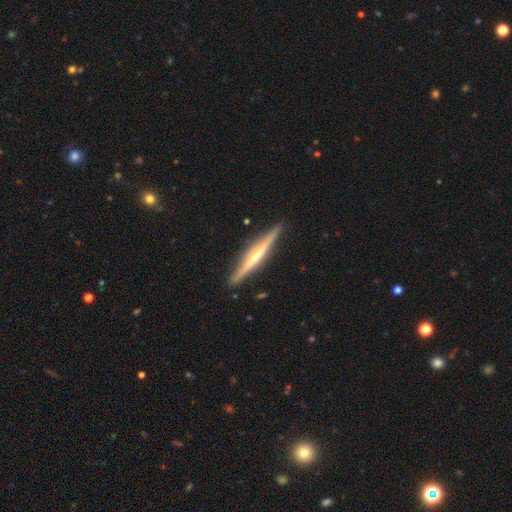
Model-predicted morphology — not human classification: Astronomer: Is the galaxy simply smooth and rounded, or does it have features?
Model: featured or disk — 71%.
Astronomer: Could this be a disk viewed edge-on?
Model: yes — 98%.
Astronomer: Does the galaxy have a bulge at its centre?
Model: none — 44% (runner-up: rounded, 43%).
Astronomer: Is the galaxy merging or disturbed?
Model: none — 90%.